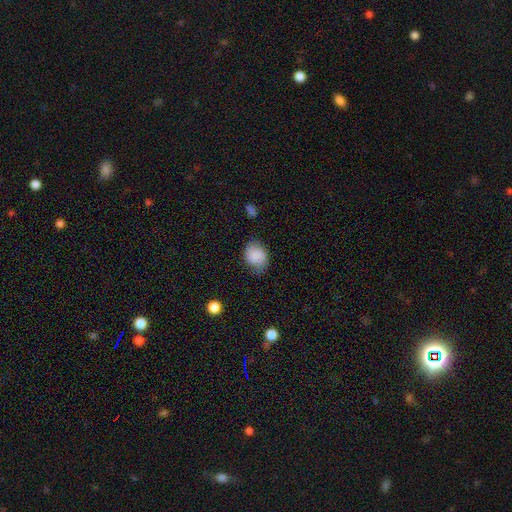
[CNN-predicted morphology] Smooth or featured: smooth — 84% (featured or disk — 8%)
How rounded: in between — 53% (round — 46%)
Merging: none — 66% (minor disturbance — 26%)